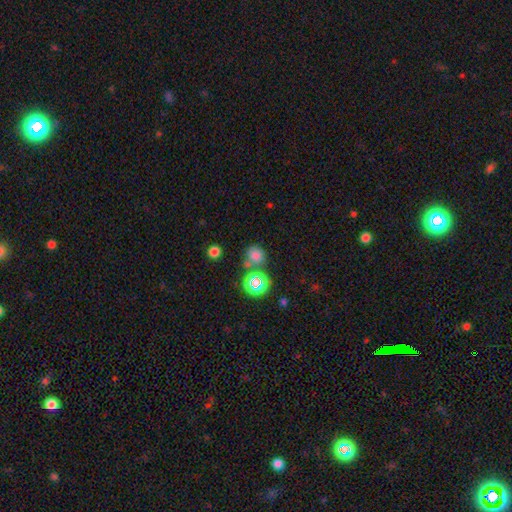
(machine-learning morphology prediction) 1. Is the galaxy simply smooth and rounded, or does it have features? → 69% smooth, 24% star or artifact, 8% featured or disk.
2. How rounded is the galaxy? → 80% round, 19% in between, 1% cigar-shaped.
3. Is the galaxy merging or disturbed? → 63% none, 21% merger, 11% minor disturbance, 5% major disturbance.